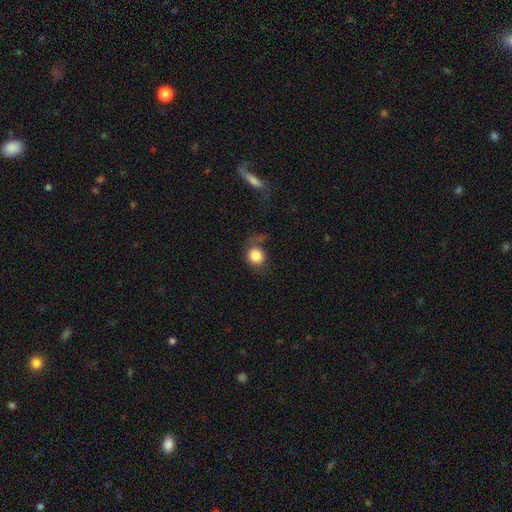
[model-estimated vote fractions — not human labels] Smooth or featured? smooth (84%)
How rounded? round (79%)
Merging? none (53%)